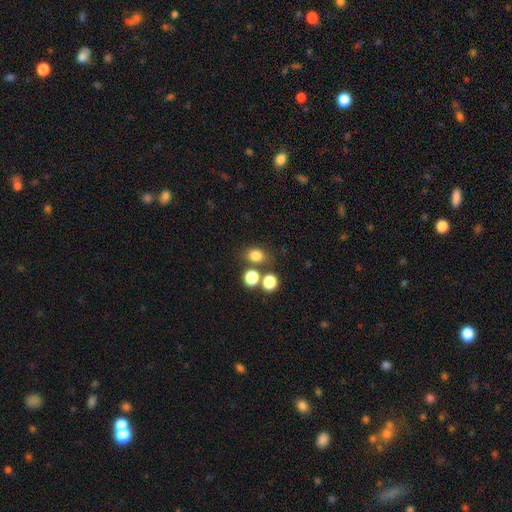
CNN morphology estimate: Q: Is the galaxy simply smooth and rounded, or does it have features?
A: smooth — 79%.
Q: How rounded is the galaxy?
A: round — 57%.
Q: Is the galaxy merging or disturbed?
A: none — 68%.